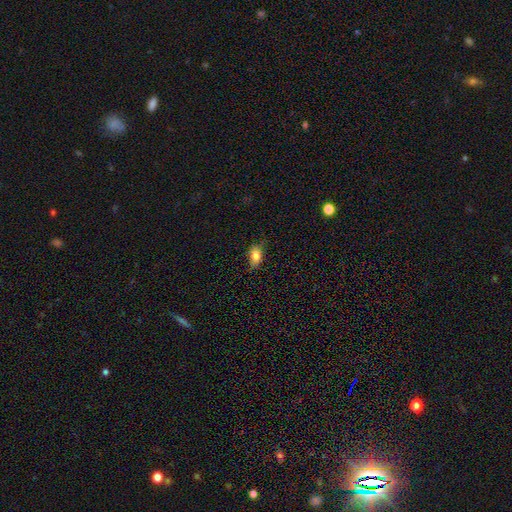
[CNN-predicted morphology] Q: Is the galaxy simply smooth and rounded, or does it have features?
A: smooth — 77%.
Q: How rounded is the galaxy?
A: in between — 80%.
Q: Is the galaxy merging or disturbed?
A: none — 78%.